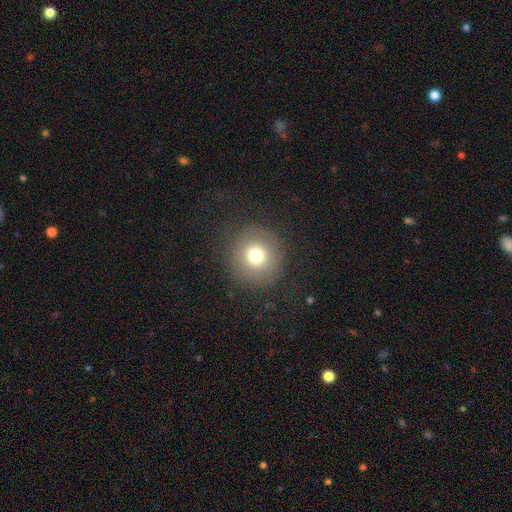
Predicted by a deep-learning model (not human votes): A smooth galaxy with no disk features (73%) that is round (94%). Merging: none (86%).